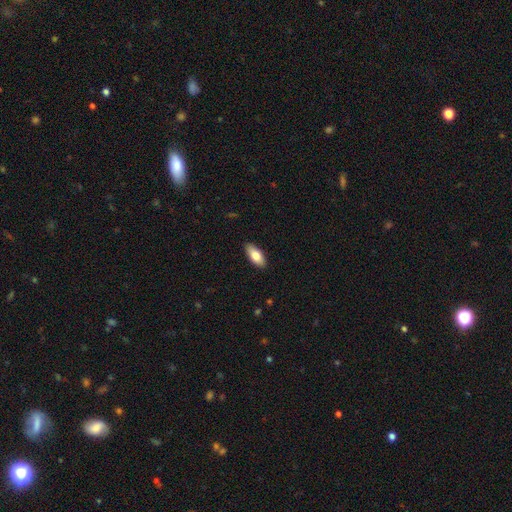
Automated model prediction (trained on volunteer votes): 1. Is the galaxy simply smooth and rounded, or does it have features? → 79% smooth, 15% featured or disk, 6% star or artifact.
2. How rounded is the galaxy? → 85% in between, 13% cigar-shaped, 2% round.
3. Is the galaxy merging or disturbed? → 89% none, 8% minor disturbance, 2% major disturbance, 1% merger.